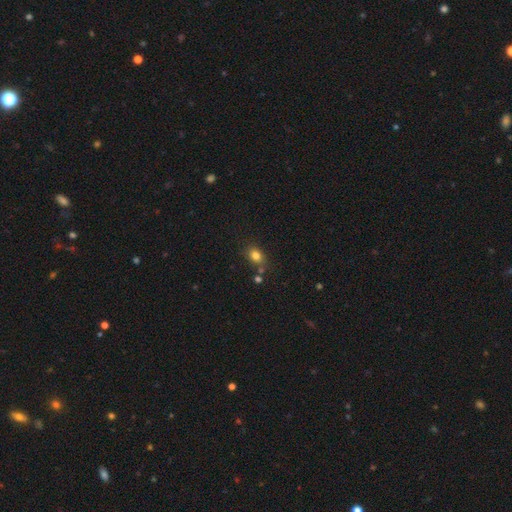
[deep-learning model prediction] The model was most divided on "how rounded": in between: 60%, round: 39%, cigar-shaped: 1%. More confident: smooth or featured — smooth (81%); merging — none (72%).